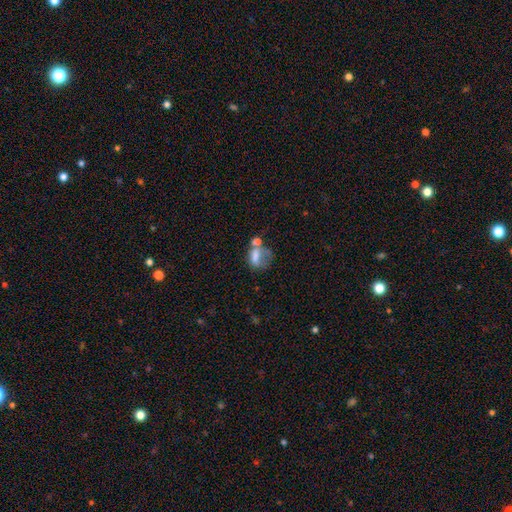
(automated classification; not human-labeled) Smooth or featured? Predicted: smooth (p=0.59). How rounded? Predicted: in between (p=0.68). Merging? Predicted: merger (p=0.42).